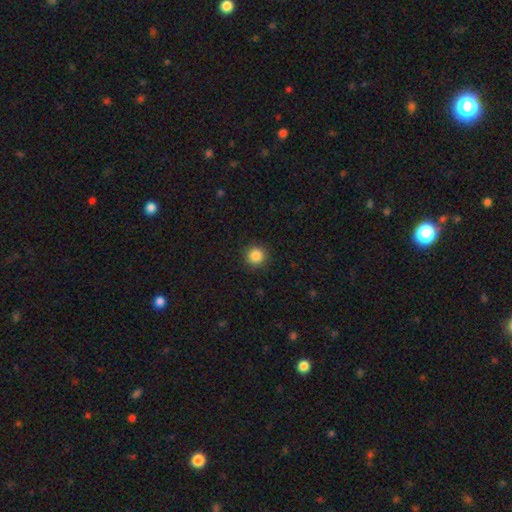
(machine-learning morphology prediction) A smooth galaxy with no disk features (86%) that is round (95%).

Vote fractions:
- Smooth or featured? smooth: 86% / star or artifact: 10% / featured or disk: 4%
- How rounded? round: 95% / in between: 4% / cigar-shaped: 1%
- Merging? none: 91% / minor disturbance: 6% / major disturbance: 2% / merger: 1%